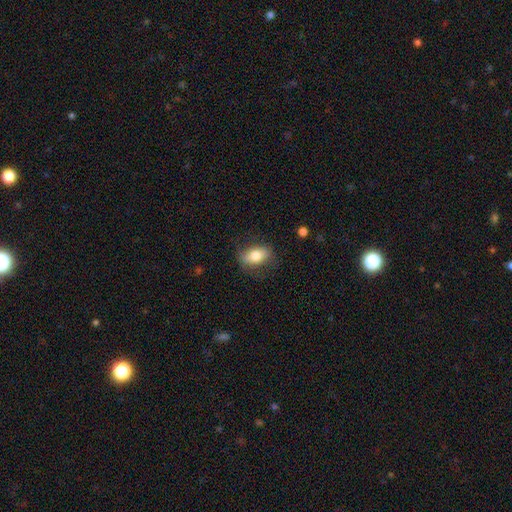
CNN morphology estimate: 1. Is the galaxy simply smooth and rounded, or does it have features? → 74% smooth, 19% featured or disk, 7% star or artifact.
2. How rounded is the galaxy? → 86% in between, 9% round, 5% cigar-shaped.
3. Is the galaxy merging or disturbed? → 76% none, 16% minor disturbance, 6% major disturbance, 1% merger.